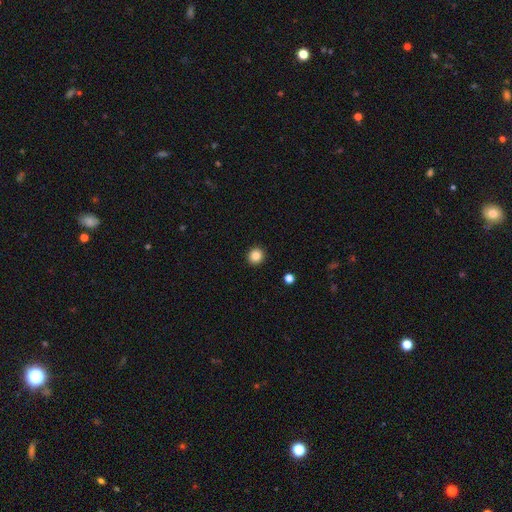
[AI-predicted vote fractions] A smooth galaxy with no disk features (85%) that is round (92%).

Vote fractions:
- Smooth or featured? smooth: 85% / star or artifact: 10% / featured or disk: 5%
- How rounded? round: 92% / in between: 7% / cigar-shaped: 1%
- Merging? none: 93% / minor disturbance: 4% / major disturbance: 1% / merger: 1%